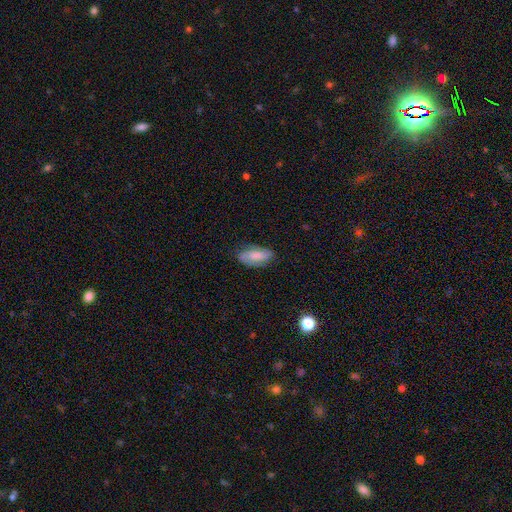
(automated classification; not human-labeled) Morphology: type=smooth (52%); roundness=in between (90%); merging=none (75%).